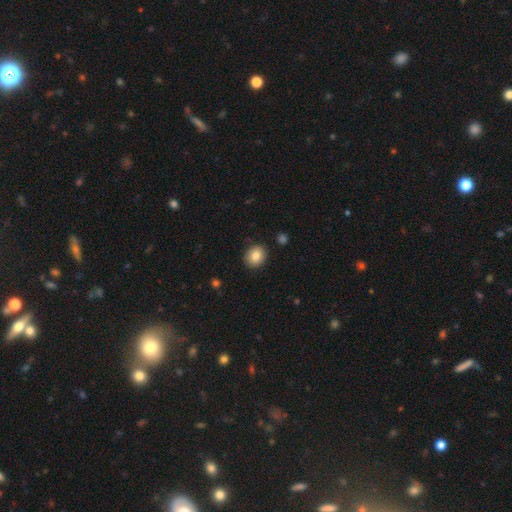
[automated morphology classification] A smooth galaxy with no disk features (85%) that is round (61%). Merging: none (89%).